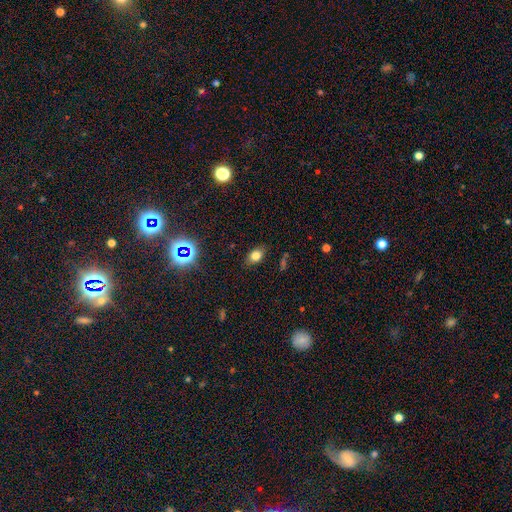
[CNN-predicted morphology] smooth-or-featured: smooth: 75% | star or artifact: 15% | featured or disk: 10%
  how-rounded: in between: 81% | round: 16% | cigar-shaped: 2%
  merging: none: 83% | minor disturbance: 12% | major disturbance: 3% | merger: 2%